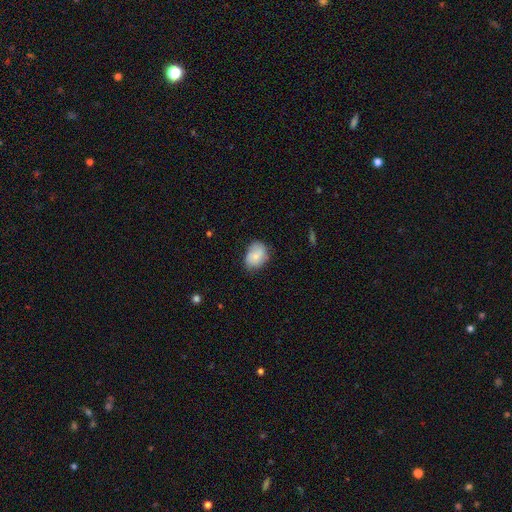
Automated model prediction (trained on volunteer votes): This appears to be a smooth galaxy with no disk features (77%) that is in between round and cigar-shaped (69%). Merging: none (64%).